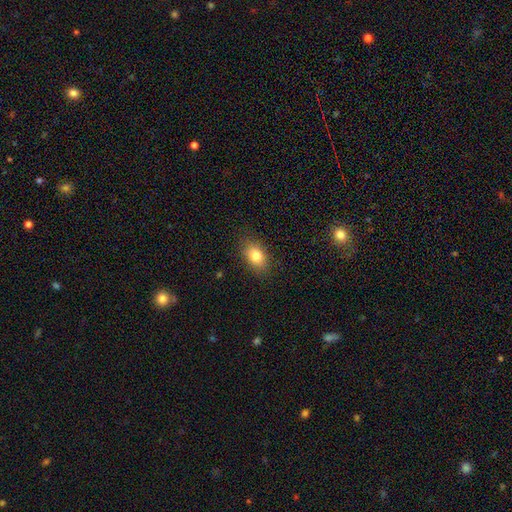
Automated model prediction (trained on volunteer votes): The model was most divided on "how rounded": in between: 80%, round: 18%, cigar-shaped: 2%. More confident: merging — none (86%); smooth or featured — smooth (81%).